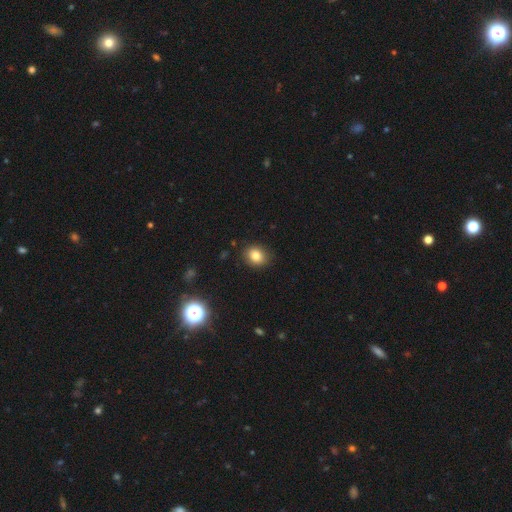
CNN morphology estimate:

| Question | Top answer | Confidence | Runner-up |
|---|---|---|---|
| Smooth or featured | smooth | 81% | star or artifact (12%) |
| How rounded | round | 62% | in between (37%) |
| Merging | none | 87% | minor disturbance (10%) |